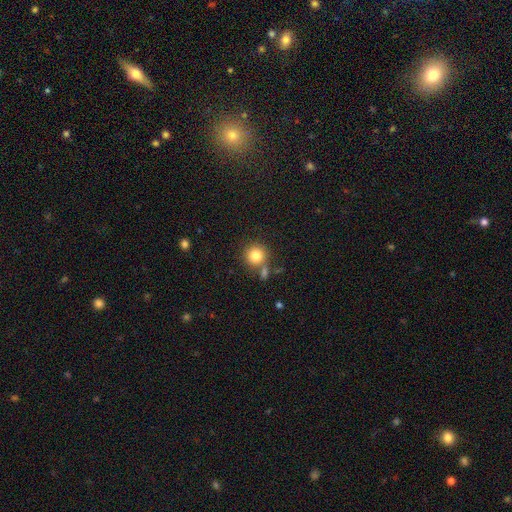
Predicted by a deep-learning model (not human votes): This is clearly a smooth galaxy (83%). How rounded: clearly round (92%). Merging: likely none (69%).